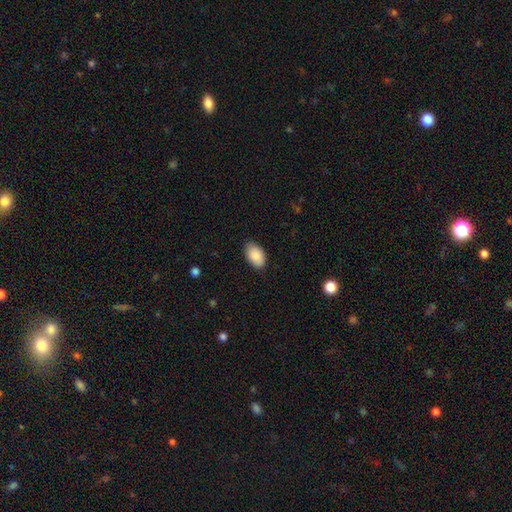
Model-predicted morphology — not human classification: smooth_or_featured: smooth (p=0.88) [alt: star or artifact p=0.06]
how_rounded: in between (p=0.94) [alt: round p=0.05]
merging: none (p=0.83) [alt: minor disturbance p=0.14]